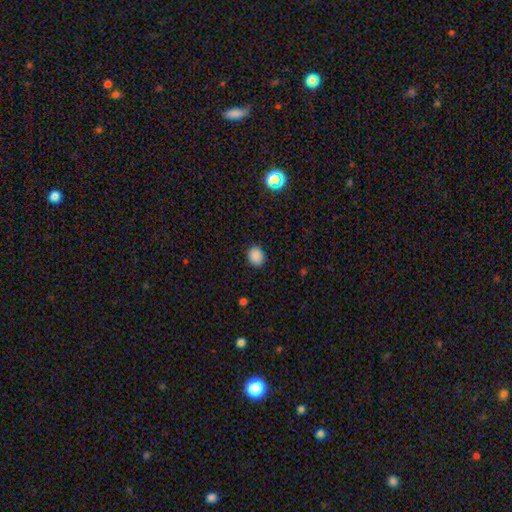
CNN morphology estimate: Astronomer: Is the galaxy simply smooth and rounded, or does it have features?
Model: smooth — 87%.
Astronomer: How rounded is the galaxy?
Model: round — 63%.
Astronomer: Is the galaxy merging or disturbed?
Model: none — 87%.